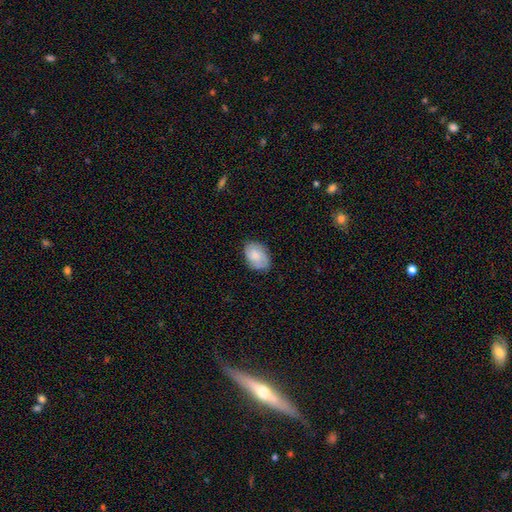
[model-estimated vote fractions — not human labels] Smooth or featured? Predicted: smooth (p=0.59). How rounded? Predicted: in between (p=0.83). Merging? Predicted: none (p=0.78).